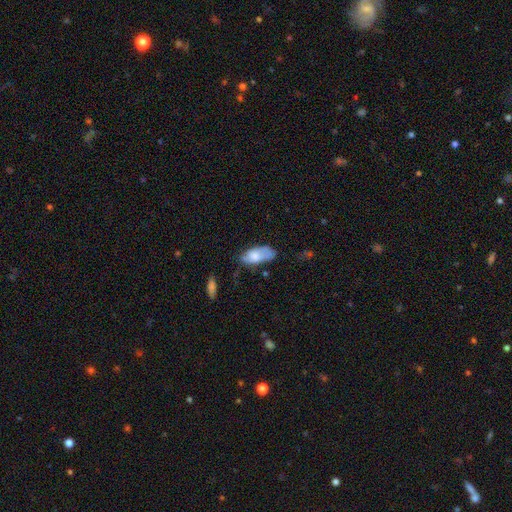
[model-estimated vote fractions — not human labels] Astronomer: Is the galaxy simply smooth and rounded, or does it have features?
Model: smooth — 72%.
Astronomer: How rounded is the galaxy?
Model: in between — 90%.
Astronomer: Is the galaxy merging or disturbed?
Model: none — 46% (runner-up: minor disturbance, 36%).